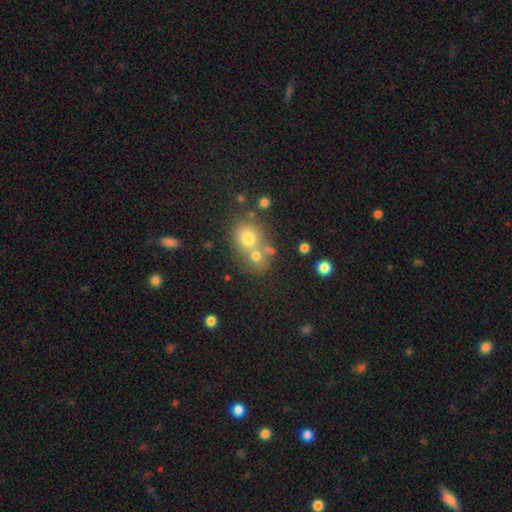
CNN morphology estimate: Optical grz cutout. It shows a smooth galaxy with no disk features (68%) that is round (71%). Merging: merger (52%).